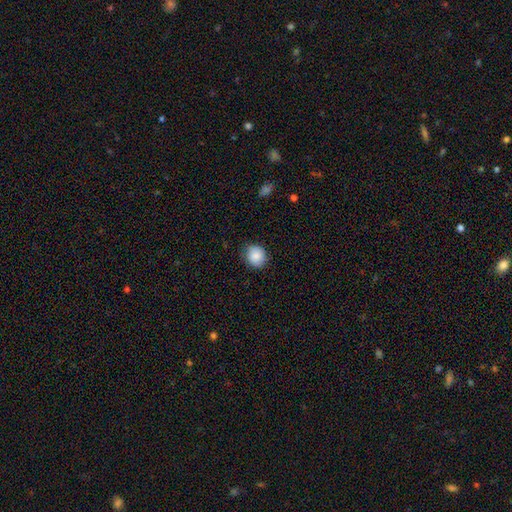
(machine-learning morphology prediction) smooth-or-featured: smooth: 86% | star or artifact: 8% | featured or disk: 6%
  how-rounded: round: 80% | in between: 20% | cigar-shaped: 1%
  merging: none: 84% | minor disturbance: 13% | major disturbance: 3% | merger: 1%